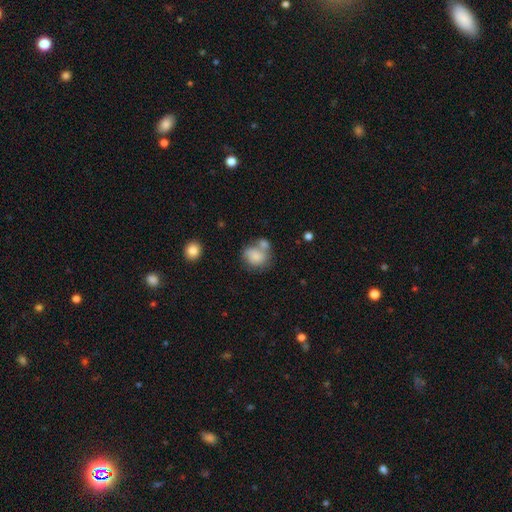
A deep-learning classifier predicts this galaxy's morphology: A smooth galaxy with no disk features (79%) that is round (58%).

Vote fractions:
- Smooth or featured? smooth: 79% / featured or disk: 13% / star or artifact: 8%
- How rounded? round: 58% / in between: 41% / cigar-shaped: 1%
- Merging? merger: 38% / none: 37% / minor disturbance: 16% / major disturbance: 8%